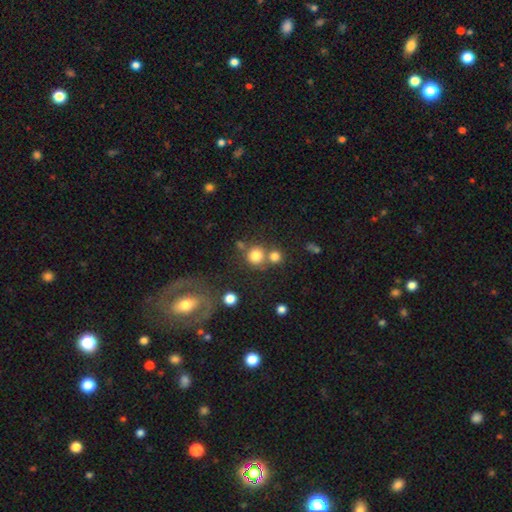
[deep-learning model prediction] Smooth or featured? Predicted: smooth (p=0.79). How rounded? Predicted: round (p=0.90). Merging? Predicted: none (p=0.62).